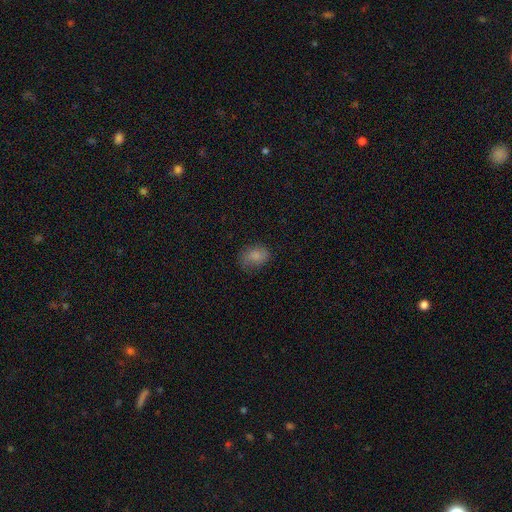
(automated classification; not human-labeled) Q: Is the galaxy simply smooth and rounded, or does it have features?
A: smooth — 78%.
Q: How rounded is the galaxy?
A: in between — 73%.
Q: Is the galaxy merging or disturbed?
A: none — 68%.